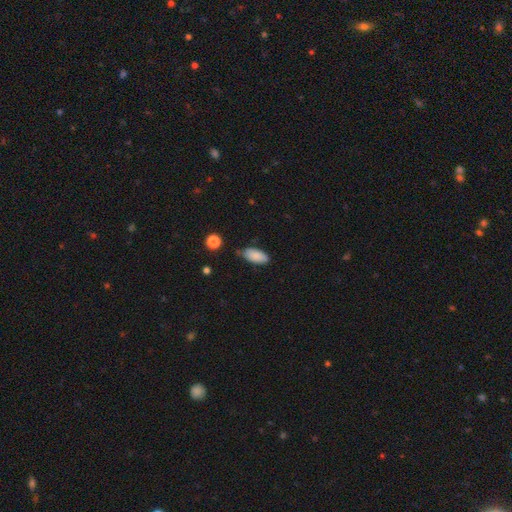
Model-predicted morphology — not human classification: Overall: smooth (86%). How rounded: in between (89%). Merging: none (73%).